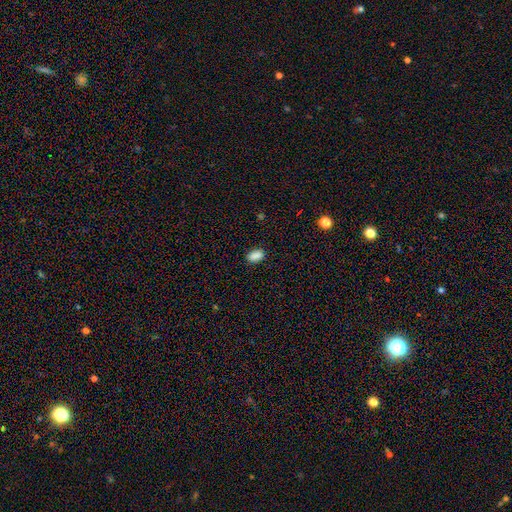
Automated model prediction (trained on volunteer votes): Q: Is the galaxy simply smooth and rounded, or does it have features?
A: smooth — 86%.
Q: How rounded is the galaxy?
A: in between — 89%.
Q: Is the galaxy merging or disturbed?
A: none — 86%.